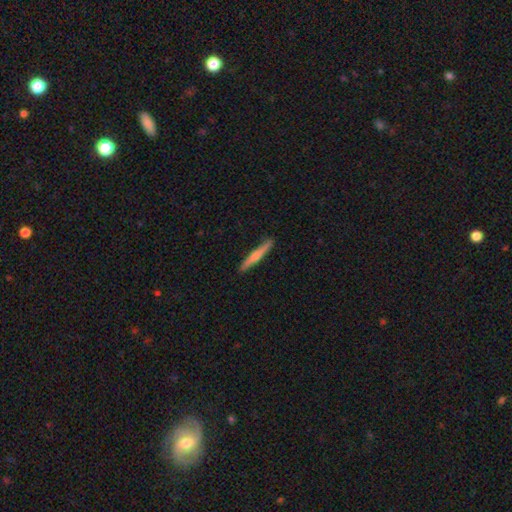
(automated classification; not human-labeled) Smooth or featured? smooth (51%)
How rounded? cigar-shaped (95%)
Merging? none (90%)